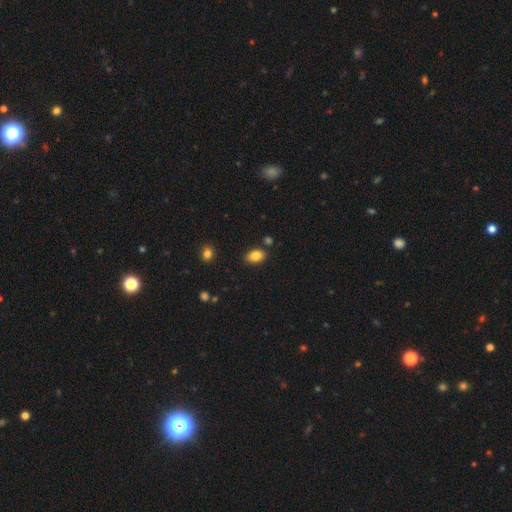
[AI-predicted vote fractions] This is clearly a smooth galaxy (85%). How rounded: clearly in between (89%). Merging: clearly none (83%).